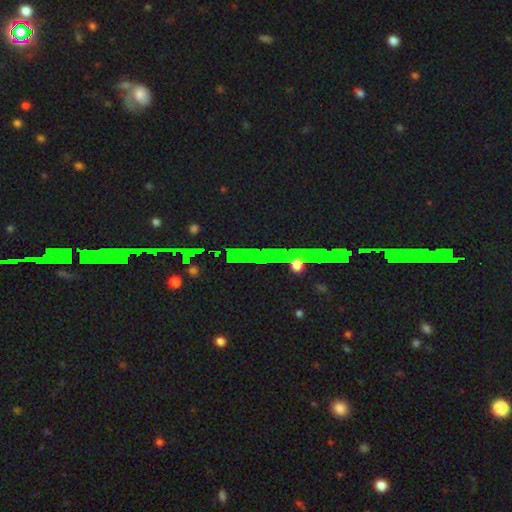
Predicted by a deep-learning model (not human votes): Morphology: type=star or artifact (72%).